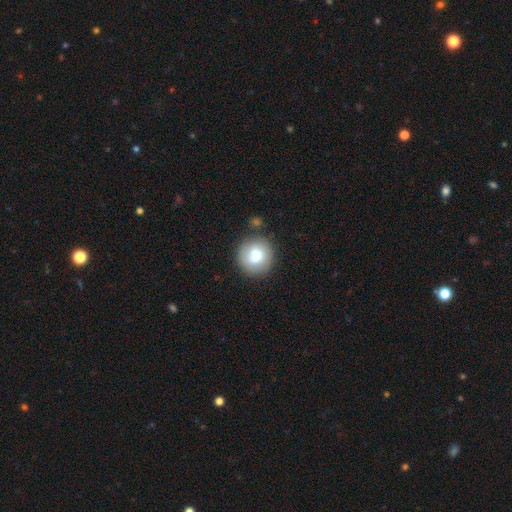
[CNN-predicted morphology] This appears to be a smooth galaxy with no disk features (79%) that is round (92%). Merging: none (75%).